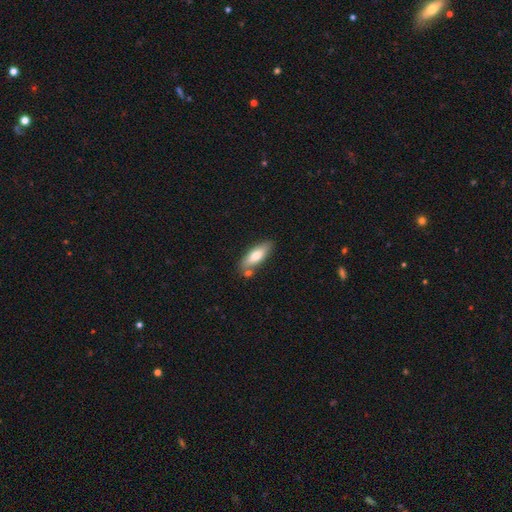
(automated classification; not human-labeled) This appears to be a smooth galaxy with no disk features (72%) that is in between round and cigar-shaped (62%). Merging: none (74%).